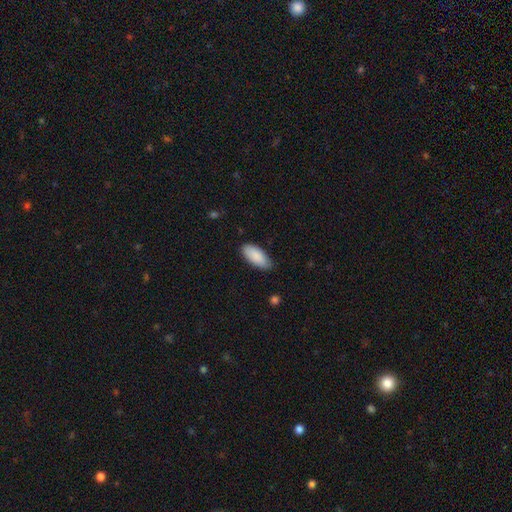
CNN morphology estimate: Smooth or featured: smooth — 89% (featured or disk — 6%)
How rounded: in between — 89% (cigar-shaped — 10%)
Merging: none — 79% (minor disturbance — 17%)